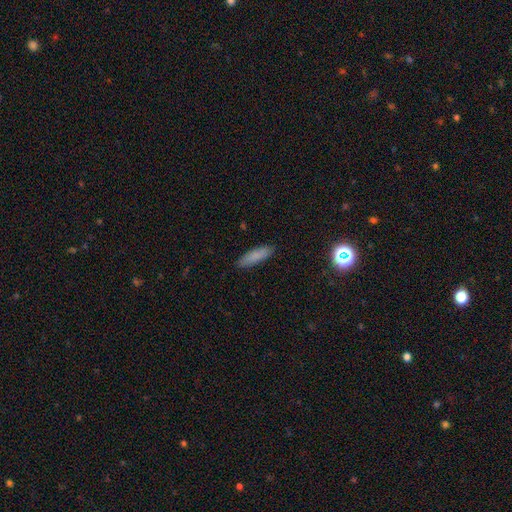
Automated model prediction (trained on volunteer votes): A smooth galaxy with no disk features (82%) that is cigar-shaped (63%). Merging: none (88%).